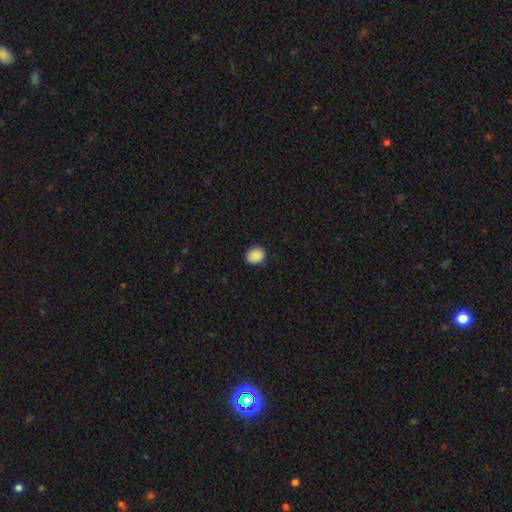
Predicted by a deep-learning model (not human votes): smooth_or_featured: smooth (p=0.89) [alt: star or artifact p=0.08]
how_rounded: round (p=0.66) [alt: in between p=0.34]
merging: none (p=0.87) [alt: minor disturbance p=0.10]